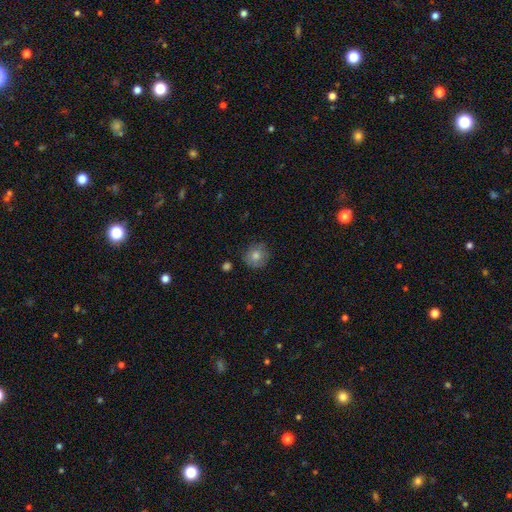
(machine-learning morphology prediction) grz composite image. It shows a smooth galaxy with no disk features (72%) that is round (91%). Merging: none (83%).